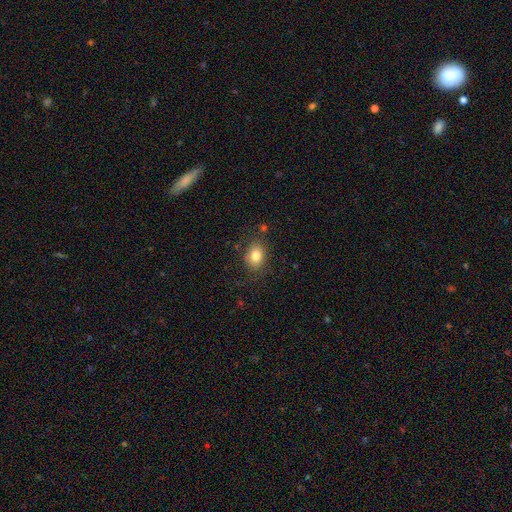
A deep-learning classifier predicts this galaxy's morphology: The model was most divided on "how rounded": in between: 64%, round: 35%, cigar-shaped: 1%. More confident: smooth or featured — smooth (81%); merging — none (80%).